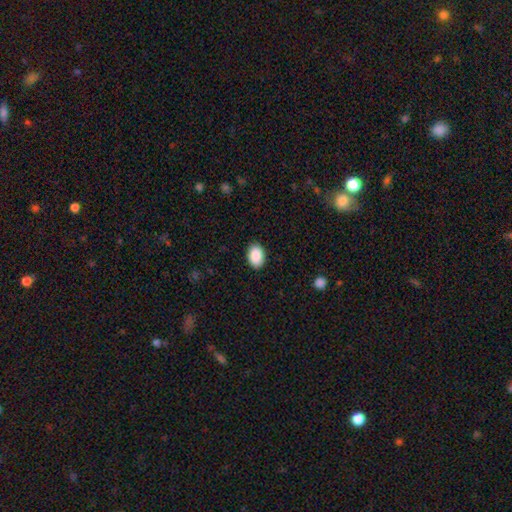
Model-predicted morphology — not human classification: A smooth galaxy with no disk features (90%) that is in between round and cigar-shaped (85%).

Vote fractions:
- Smooth or featured? smooth: 90% / star or artifact: 7% / featured or disk: 3%
- How rounded? in between: 85% / round: 14% / cigar-shaped: 1%
- Merging? none: 89% / minor disturbance: 8% / major disturbance: 2% / merger: 1%